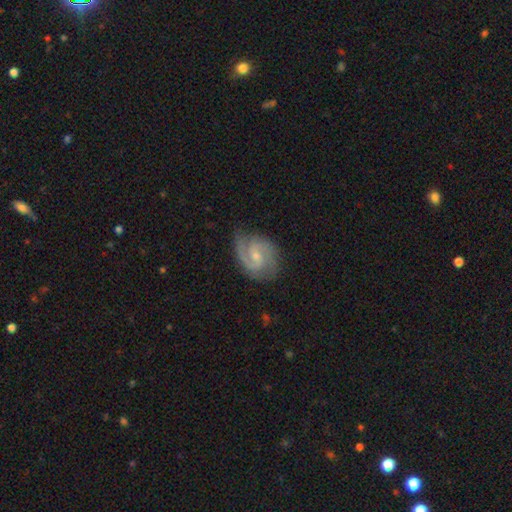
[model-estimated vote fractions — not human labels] A featured or disk galaxy (88%) with a weak bar (54%), 2 (87%) medium (55%) spiral arms (98%) and a small central bulge (58%). Merging: none (76%).